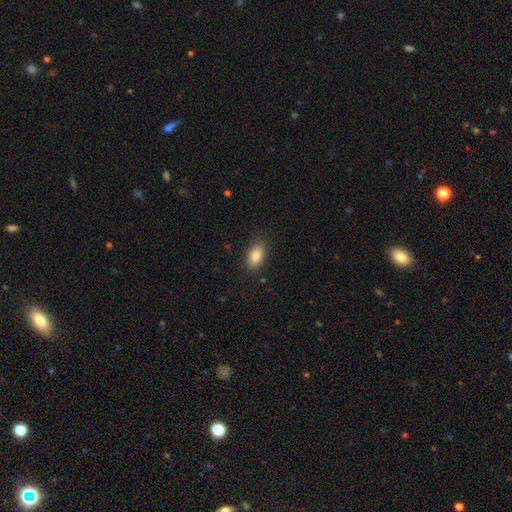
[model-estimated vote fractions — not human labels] Morphology: type=smooth (84%); roundness=in between (89%); merging=none (87%).